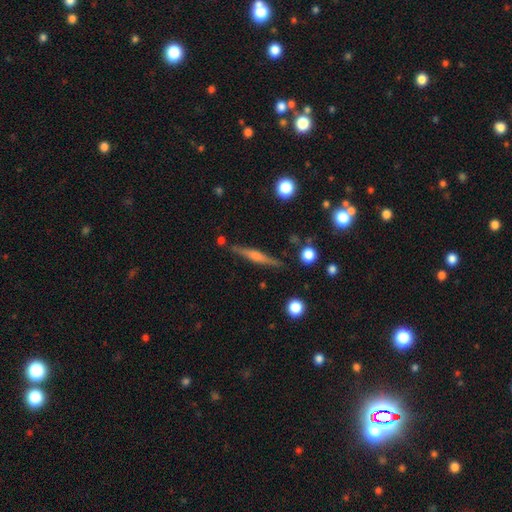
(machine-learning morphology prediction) Smooth or featured: featured or disk — 64% (smooth — 29%)
Edge-on disk: yes — 97% (no — 3%)
Edge-on bulge: rounded — 64% (boxy — 18%)
Merging: none — 86% (minor disturbance — 9%)